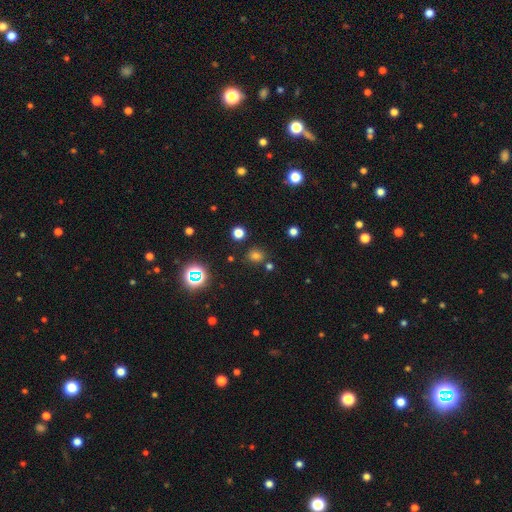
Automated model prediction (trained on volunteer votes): Smooth or featured? Predicted: smooth (p=0.67). How rounded? Predicted: round (p=0.70). Merging? Predicted: none (p=0.79).